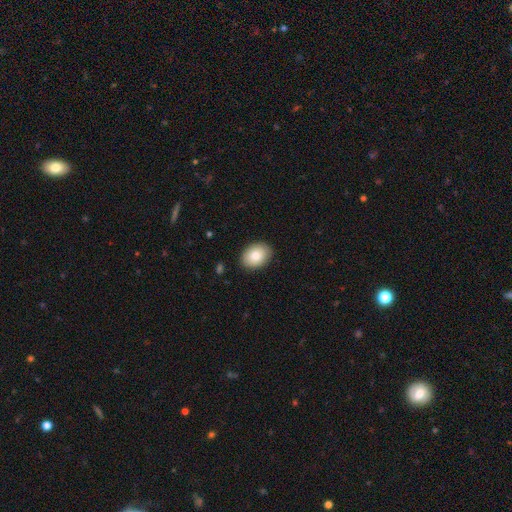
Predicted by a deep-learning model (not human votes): Smooth or featured?
  - smooth: 82% *
  - featured or disk: 10%
  - star or artifact: 7%
How rounded?
  - in between: 73% *
  - round: 26%
  - cigar-shaped: 1%
Merging?
  - none: 88% *
  - minor disturbance: 9%
  - major disturbance: 2%
  - merger: 1%